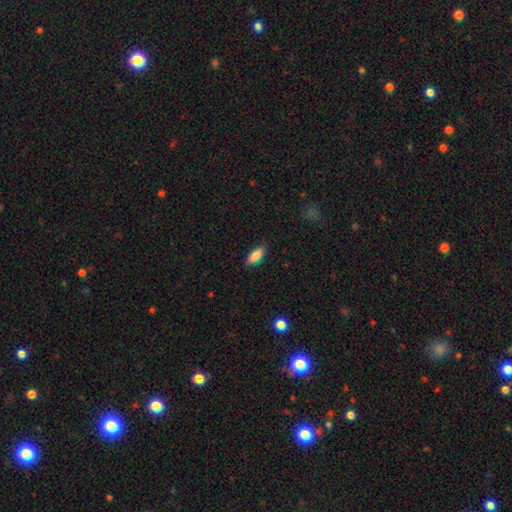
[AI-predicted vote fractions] Smooth or featured? Predicted: smooth (p=0.86). How rounded? Predicted: in between (p=0.83). Merging? Predicted: none (p=0.85).